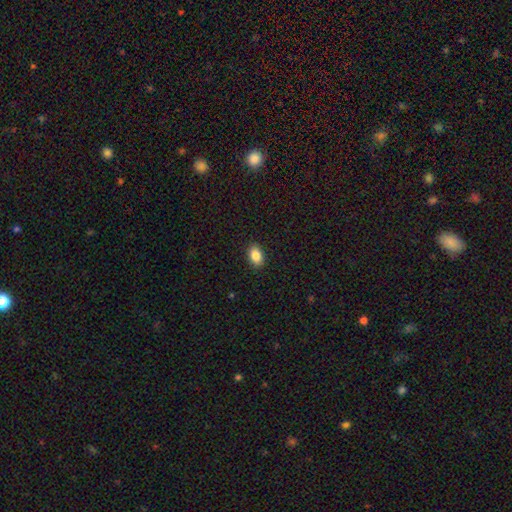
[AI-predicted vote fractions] smooth_or_featured: smooth (p=0.87) [alt: star or artifact p=0.08]
how_rounded: in between (p=0.87) [alt: round p=0.12]
merging: none (p=0.90) [alt: minor disturbance p=0.07]